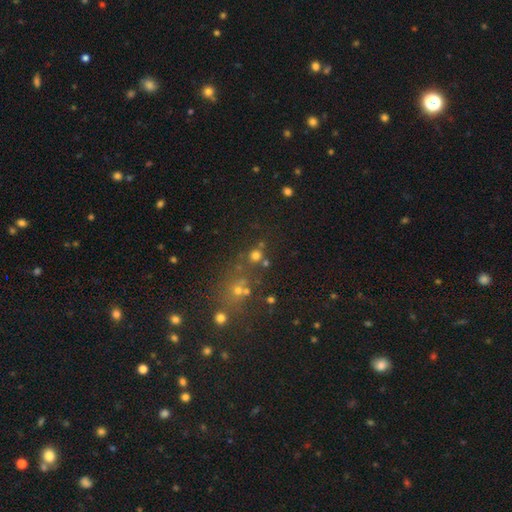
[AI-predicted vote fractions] Smooth or featured? Predicted: smooth (p=0.60). How rounded? Predicted: round (p=0.88). Merging? Predicted: none (p=0.66).